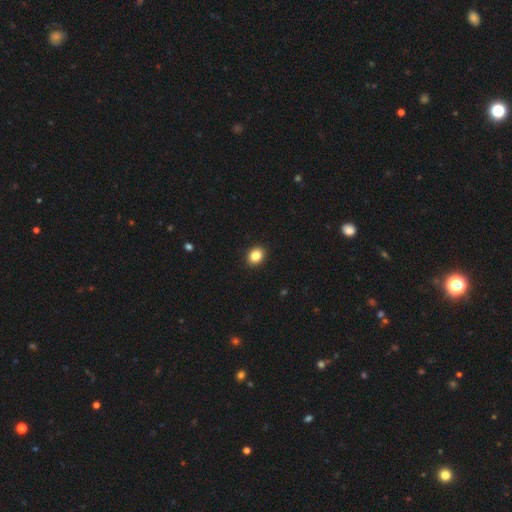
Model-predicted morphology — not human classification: The model was most divided on "how rounded": round: 52%, in between: 47%, cigar-shaped: 1%. More confident: merging — none (92%); smooth or featured — smooth (85%).